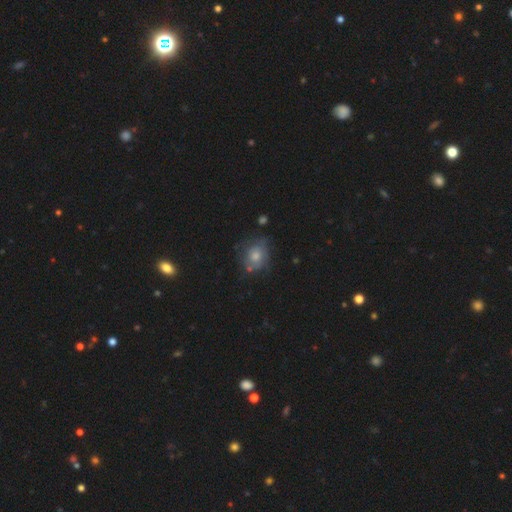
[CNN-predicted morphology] smooth_or_featured: smooth (p=0.62) [alt: featured or disk p=0.28]
how_rounded: round (p=0.63) [alt: in between p=0.36]
merging: none (p=0.57) [alt: minor disturbance p=0.27]